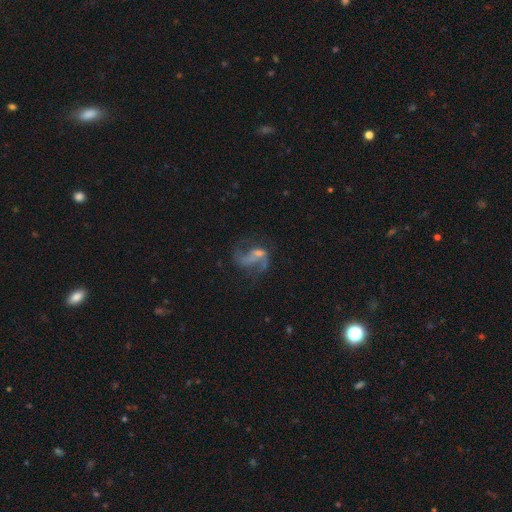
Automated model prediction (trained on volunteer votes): smooth_or_featured: featured or disk (p=0.73) [alt: smooth p=0.16]
disk_edge_on: no (p=0.98) [alt: yes p=0.02]
bar: no (p=0.49) [alt: weak p=0.38]
has_spiral_arms: yes (p=0.79) [alt: no p=0.21]
spiral_winding: loose (p=0.67) [alt: medium p=0.27]
spiral_arm_count: 2 (p=0.69) [alt: 1 p=0.16]
bulge_size: small (p=0.41) [alt: none p=0.31]
merging: none (p=0.38) [alt: major disturbance p=0.37]